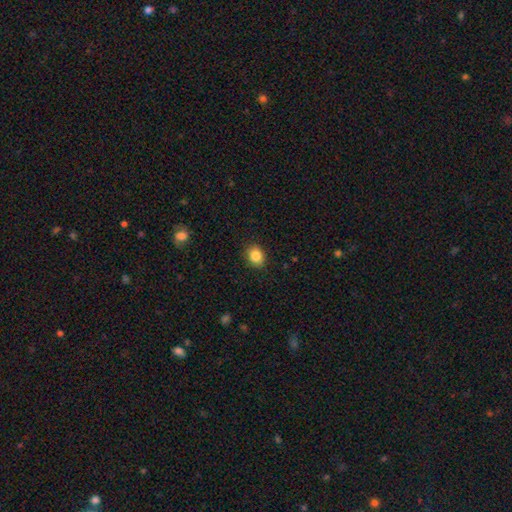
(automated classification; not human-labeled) A smooth galaxy with no disk features (86%) that is round (51%).

Vote fractions:
- Smooth or featured? smooth: 86% / star or artifact: 10% / featured or disk: 5%
- How rounded? round: 51% / in between: 48% / cigar-shaped: 1%
- Merging? none: 89% / minor disturbance: 8% / major disturbance: 2% / merger: 1%